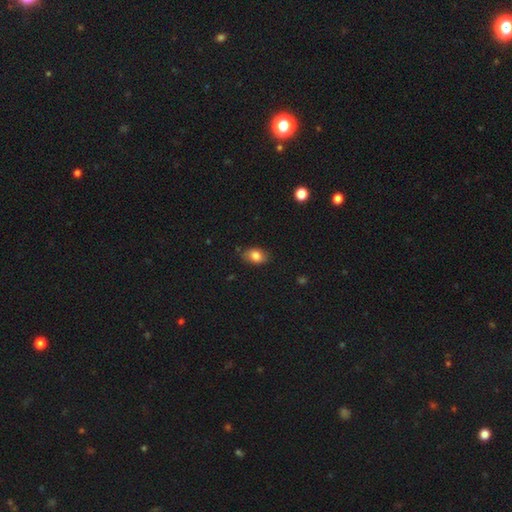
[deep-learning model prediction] Smooth or featured? smooth (82%)
How rounded? in between (81%)
Merging? none (76%)